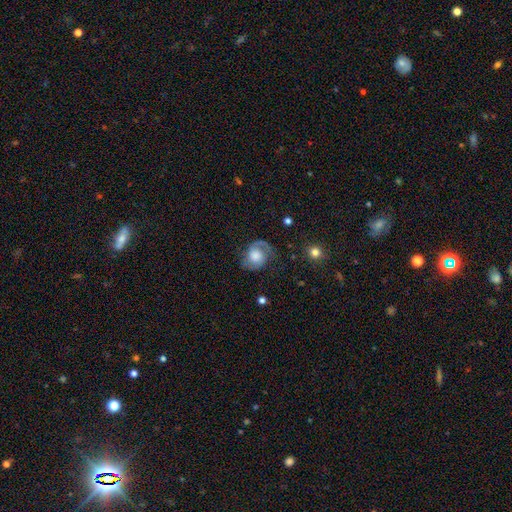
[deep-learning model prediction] A featured or disk galaxy (70%) with no bar (69%), 2 (76%) medium (48%) spiral arms (92%) and a large central bulge (41%).

Vote fractions:
- Smooth or featured? featured or disk: 70% / smooth: 23% / star or artifact: 7%
- Edge-on disk? no: 98% / yes: 2%
- Bar? no: 69% / weak: 26% / strong: 5%
- Spiral arms? yes: 92% / no: 8%
- Spiral winding? medium: 48% / loose: 28% / tight: 24%
- Spiral arm count? 2: 76% / 1: 17% / can't tell: 4% / 3: 1% / 4: 1% / more than 4: 1%
- Bulge size? large: 41% / moderate: 31% / small: 13% / none: 8% / dominant: 7%
- Merging? none: 61% / minor disturbance: 21% / major disturbance: 16% / merger: 2%